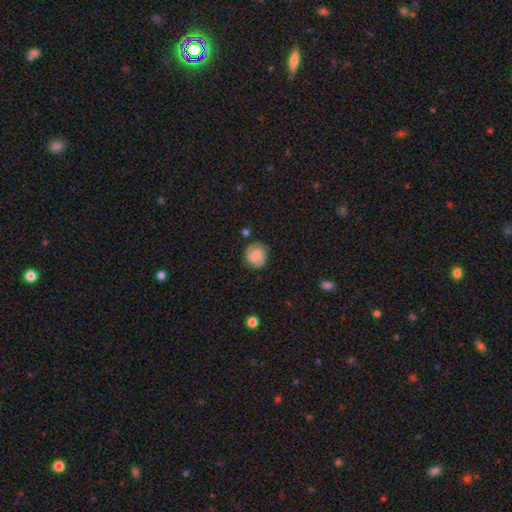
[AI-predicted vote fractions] This is possibly a smooth galaxy (54%). How rounded: likely round (75%). Merging: likely none (75%).